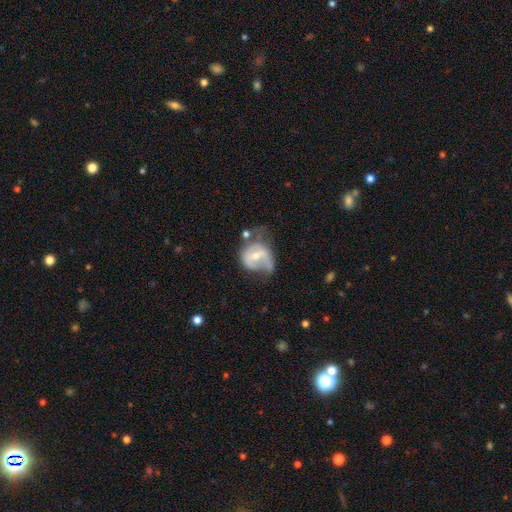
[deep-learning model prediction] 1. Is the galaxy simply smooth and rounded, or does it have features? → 60% featured or disk, 33% smooth, 7% star or artifact.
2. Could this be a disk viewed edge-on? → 97% no, 3% yes.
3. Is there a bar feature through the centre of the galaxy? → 46% weak, 34% no, 20% strong.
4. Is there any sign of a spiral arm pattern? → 65% yes, 35% no.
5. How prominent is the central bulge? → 47% small (tied), 47% moderate (tied), 3% none, 2% large, 1% dominant.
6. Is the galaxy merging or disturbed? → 32% major disturbance, 30% none, 29% minor disturbance, 9% merger.